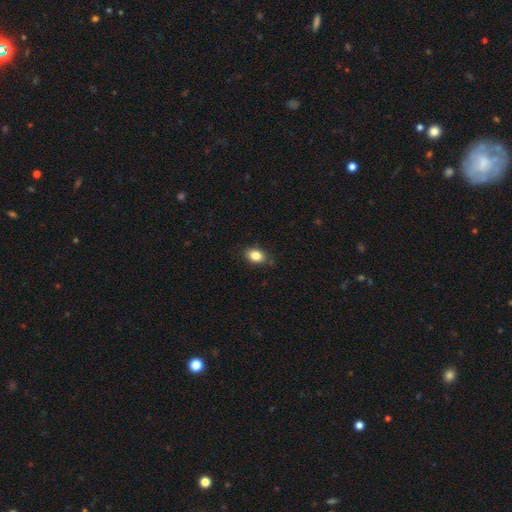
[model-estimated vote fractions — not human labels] This appears to be a smooth galaxy with no disk features (85%) that is in between round and cigar-shaped (72%). Merging: none (83%).